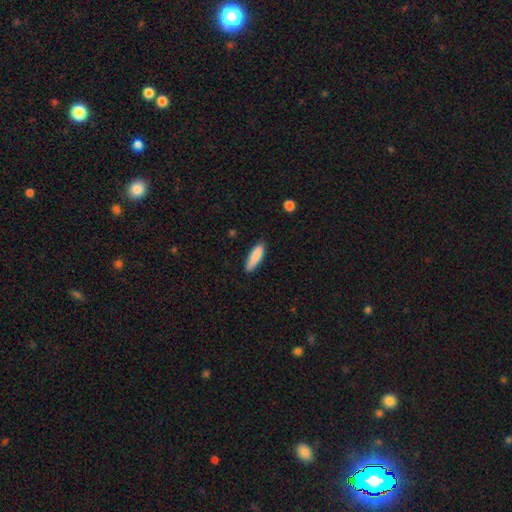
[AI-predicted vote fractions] The model was most divided on "how rounded": cigar-shaped: 59%, in between: 39%, round: 1%. More confident: smooth or featured — smooth (87%); merging — none (78%).